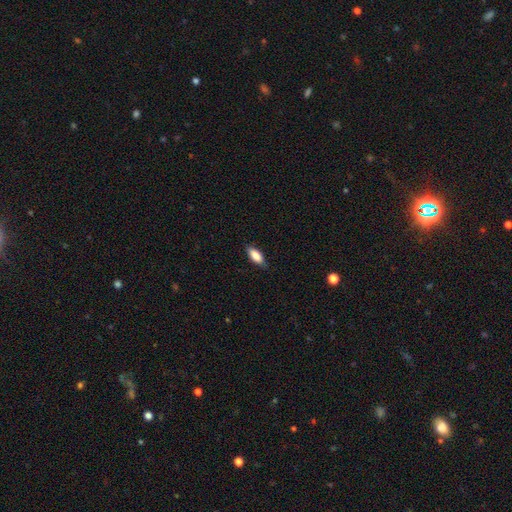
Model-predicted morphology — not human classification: A smooth galaxy with no disk features (84%) that is in between round and cigar-shaped (80%).

Vote fractions:
- Smooth or featured? smooth: 84% / featured or disk: 9% / star or artifact: 7%
- How rounded? in between: 80% / cigar-shaped: 18% / round: 2%
- Merging? none: 81% / minor disturbance: 15% / major disturbance: 3% / merger: 1%